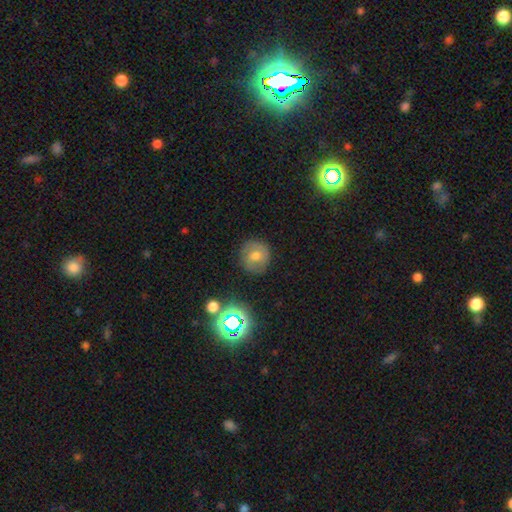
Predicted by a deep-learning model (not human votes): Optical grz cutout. It shows a smooth galaxy with no disk features (49%). Merging: none (81%).